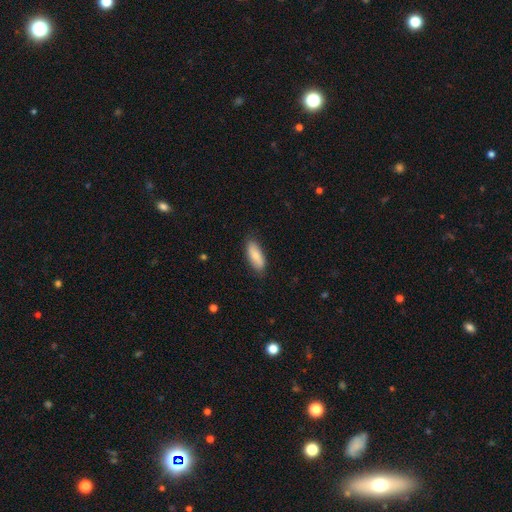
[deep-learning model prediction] smooth 79%, featured or disk 15%, star or artifact 6%. Down the decision tree: how rounded — in between (75%); merging — none (83%).